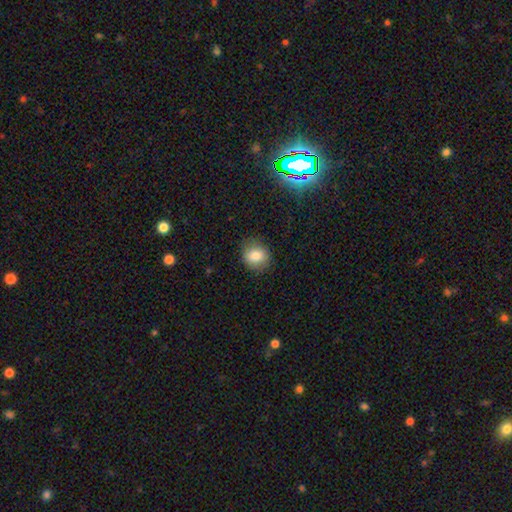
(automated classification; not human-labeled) smooth-or-featured: smooth: 81% | star or artifact: 10% | featured or disk: 9%
  how-rounded: round: 76% | in between: 23% | cigar-shaped: 1%
  merging: none: 86% | minor disturbance: 10% | major disturbance: 3% | merger: 1%